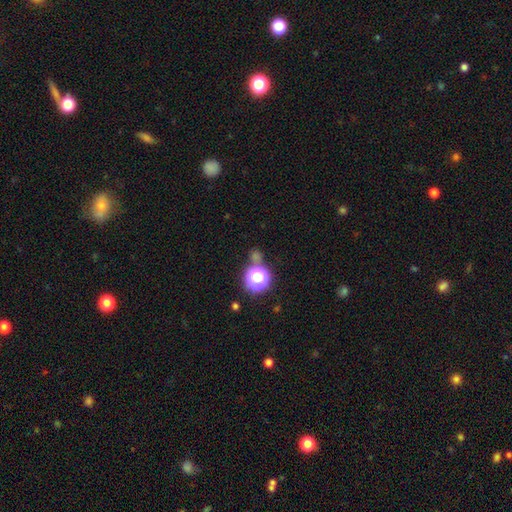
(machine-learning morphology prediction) smooth_or_featured: star or artifact (p=0.65) [alt: smooth p=0.28]